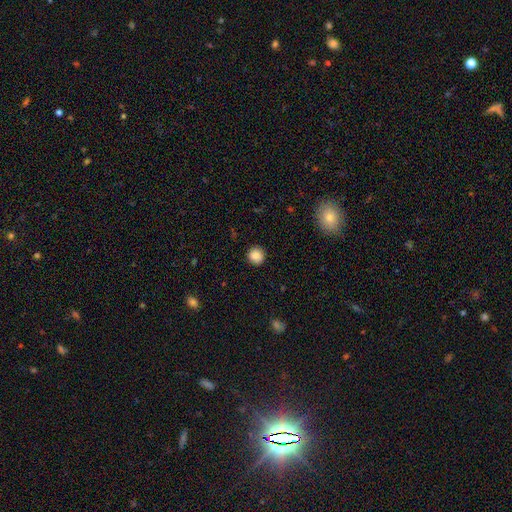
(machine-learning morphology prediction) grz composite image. It shows a smooth galaxy with no disk features (87%) that is round (92%). Merging: none (90%).